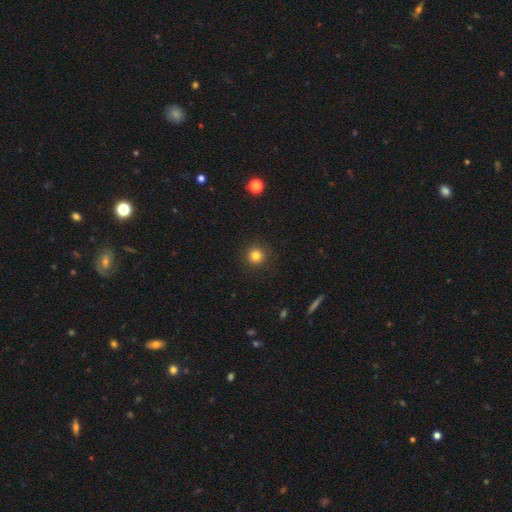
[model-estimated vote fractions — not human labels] This is clearly a smooth galaxy (81%). How rounded: clearly round (95%). Merging: clearly none (91%).